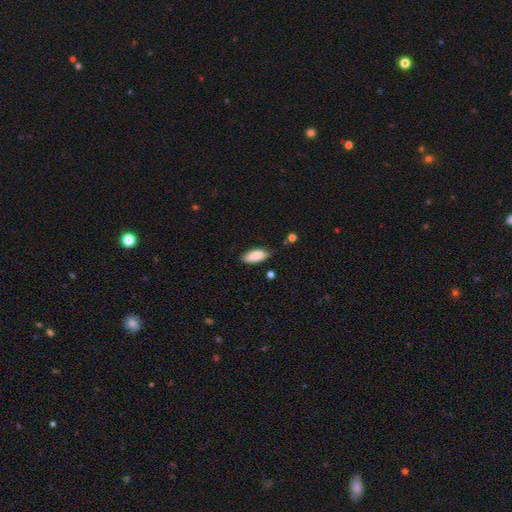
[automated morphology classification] smooth 88%, star or artifact 6%, featured or disk 5%. Down the decision tree: how rounded — in between (87%); merging — none (77%).